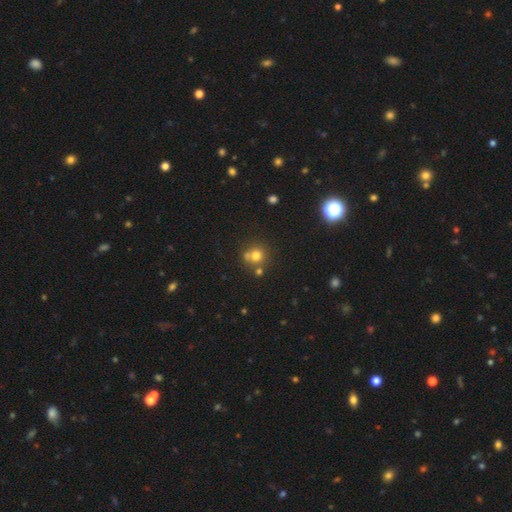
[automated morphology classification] Overall: smooth (72%). How rounded: round (87%). Merging: none (59%; merger 26%).